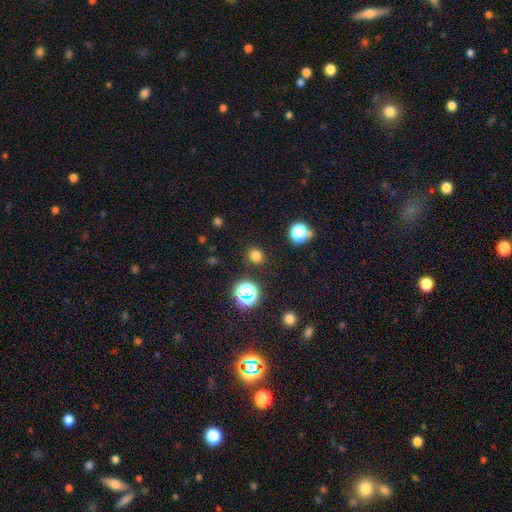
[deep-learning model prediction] smooth 76%, star or artifact 19%, featured or disk 5%. Down the decision tree: how rounded — round (77%); merging — none (88%).